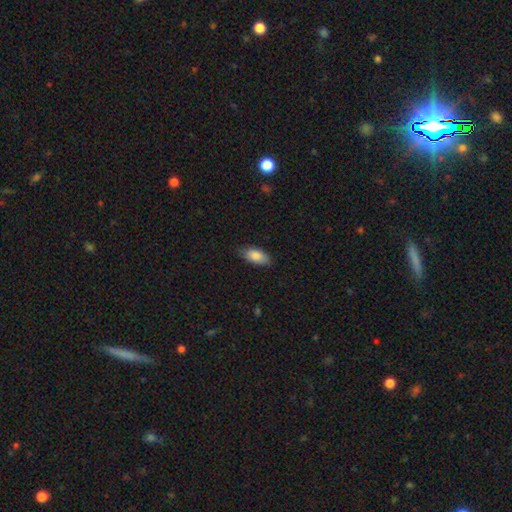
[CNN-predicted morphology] type=smooth (85%); roundness=in between (90%); merging=none (80%).